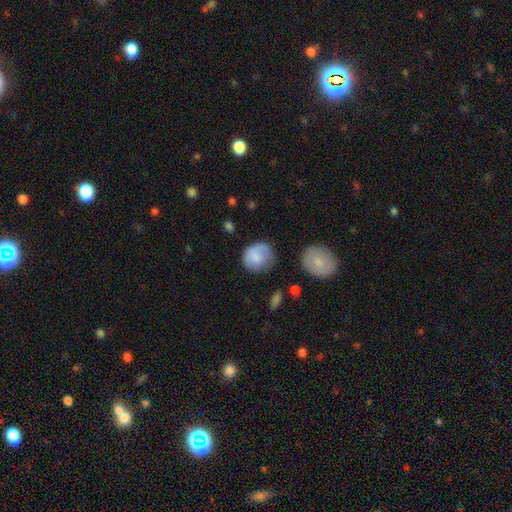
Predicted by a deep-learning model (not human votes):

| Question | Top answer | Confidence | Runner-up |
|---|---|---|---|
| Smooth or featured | smooth | 77% | featured or disk (17%) |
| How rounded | round | 82% | in between (17%) |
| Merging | none | 57% | minor disturbance (27%) |